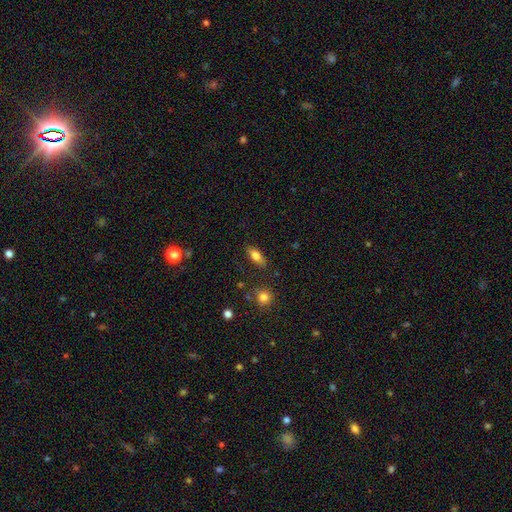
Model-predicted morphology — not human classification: The model was most divided on "how rounded": in between: 77%, cigar-shaped: 19%, round: 4%. More confident: merging — none (83%); smooth or featured — smooth (75%).